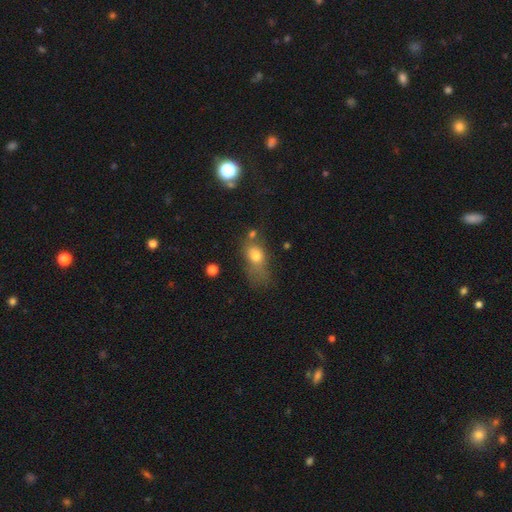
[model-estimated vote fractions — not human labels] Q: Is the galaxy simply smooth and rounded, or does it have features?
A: smooth — 73%.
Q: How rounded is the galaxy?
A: in between — 73%.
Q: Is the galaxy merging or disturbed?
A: none — 32%.